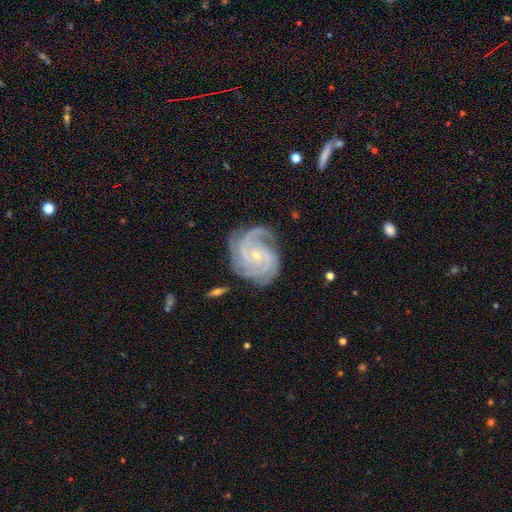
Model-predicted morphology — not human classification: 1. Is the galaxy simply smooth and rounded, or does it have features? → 92% featured or disk, 5% star or artifact, 3% smooth.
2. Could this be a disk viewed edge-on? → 98% no, 2% yes.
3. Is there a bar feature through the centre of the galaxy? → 66% no, 25% weak, 8% strong.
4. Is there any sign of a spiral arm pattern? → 99% yes, 1% no.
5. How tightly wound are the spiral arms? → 71% tight, 26% medium, 3% loose.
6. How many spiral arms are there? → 36% 3, 33% 4, 10% 2, 10% can't tell, 6% more than 4, 6% 1.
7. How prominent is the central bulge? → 80% small, 17% moderate, 1% none, 1% large, 1% dominant.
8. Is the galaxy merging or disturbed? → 74% none, 18% minor disturbance, 6% major disturbance, 2% merger.